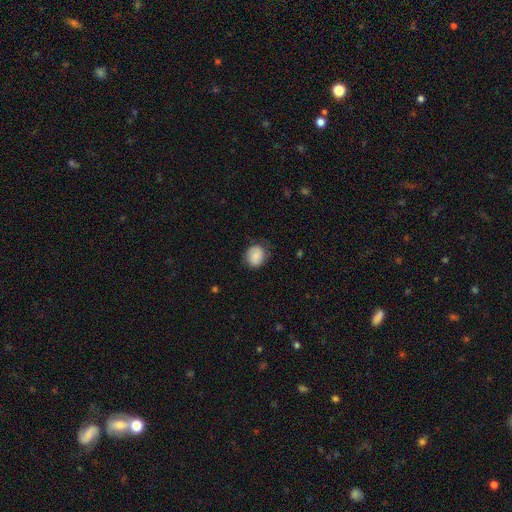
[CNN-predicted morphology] This appears to be a smooth galaxy with no disk features (81%) that is round (69%). Merging: none (72%).